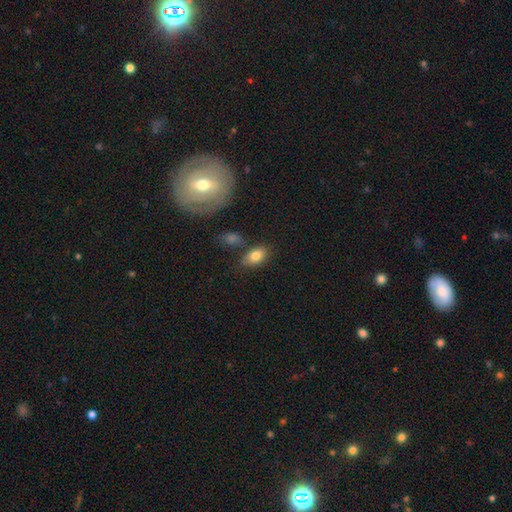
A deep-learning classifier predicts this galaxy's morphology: type=smooth (81%); roundness=in between (86%); merging=none (70%).